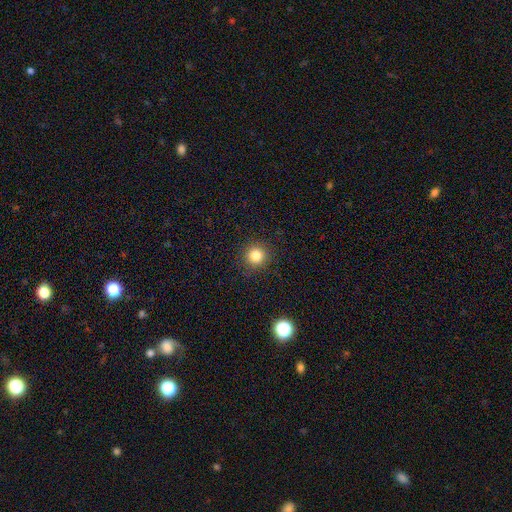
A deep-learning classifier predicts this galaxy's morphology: Smooth or featured: smooth — 82% (star or artifact — 13%)
How rounded: round — 94% (in between — 5%)
Merging: none — 91% (minor disturbance — 6%)